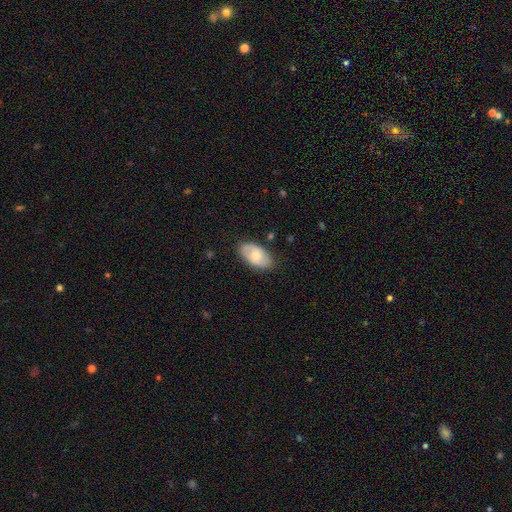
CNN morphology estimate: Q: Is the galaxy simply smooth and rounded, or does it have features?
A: smooth — 60%.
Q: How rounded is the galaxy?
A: in between — 93%.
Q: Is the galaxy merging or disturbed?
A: none — 81%.